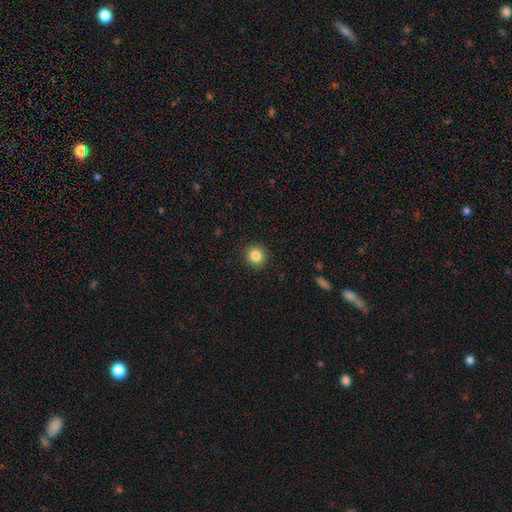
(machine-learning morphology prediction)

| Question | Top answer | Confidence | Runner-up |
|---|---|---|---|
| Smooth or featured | smooth | 85% | star or artifact (10%) |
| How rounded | round | 91% | in between (8%) |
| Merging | none | 91% | minor disturbance (6%) |